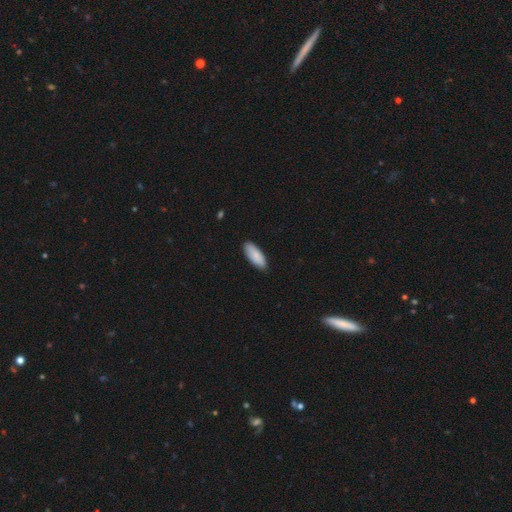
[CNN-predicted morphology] smooth 87%, featured or disk 8%, star or artifact 5%. Down the decision tree: how rounded — in between (78%); merging — none (87%).